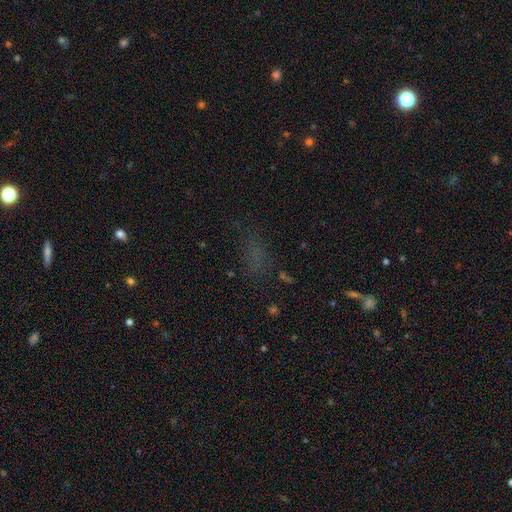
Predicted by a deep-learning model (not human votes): A smooth galaxy with no disk features (49%). Merging: none (63%).